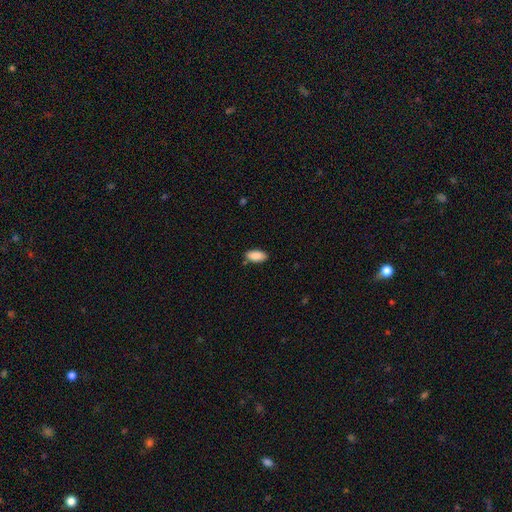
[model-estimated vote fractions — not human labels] smooth 89%, star or artifact 7%, featured or disk 4%. Down the decision tree: how rounded — in between (91%); merging — none (84%).